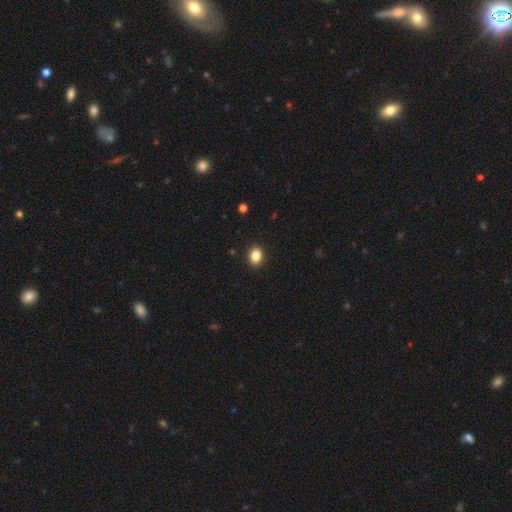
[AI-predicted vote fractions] Overall: smooth (86%). How rounded: in between (73%). Merging: none (90%).